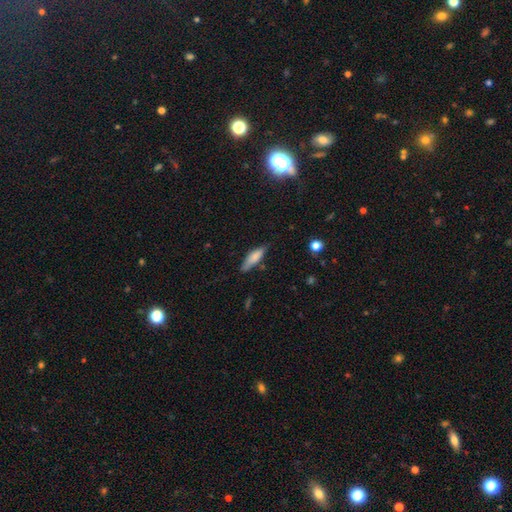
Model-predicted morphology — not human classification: smooth-or-featured: smooth: 77% | featured or disk: 17% | star or artifact: 6%
  how-rounded: cigar-shaped: 56% | in between: 42% | round: 2%
  merging: none: 70% | minor disturbance: 23% | major disturbance: 4% | merger: 3%